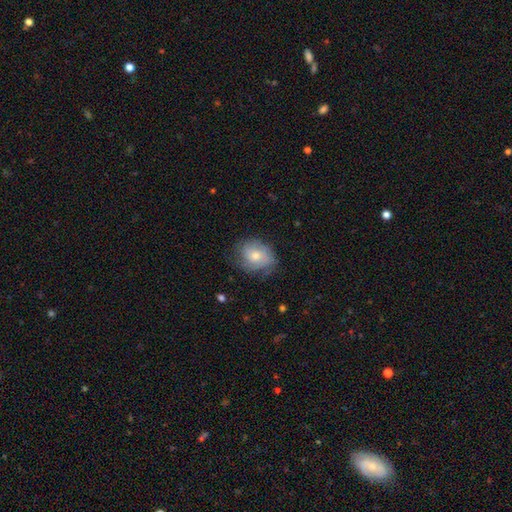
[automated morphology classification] Q: Smooth or featured?
A: smooth (55%); runner-up: featured or disk (37%)
Q: How rounded?
A: round (54%); runner-up: in between (45%)
Q: Merging?
A: none (64%); runner-up: minor disturbance (25%)